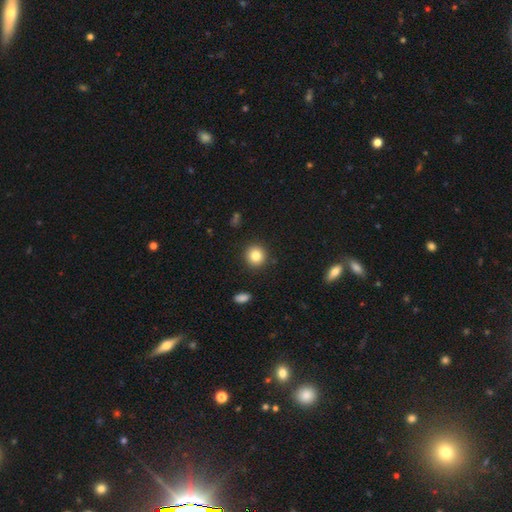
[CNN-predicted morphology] type=smooth (83%); roundness=round (91%); merging=none (90%).